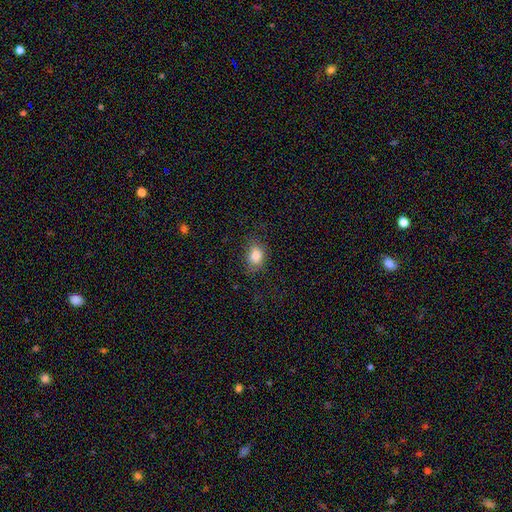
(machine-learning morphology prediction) smooth_or_featured: smooth (p=0.83) [alt: star or artifact p=0.10]
how_rounded: in between (p=0.64) [alt: round p=0.35]
merging: none (p=0.68) [alt: minor disturbance p=0.22]